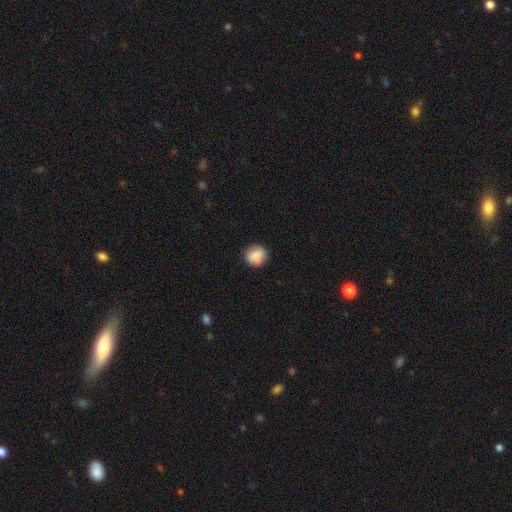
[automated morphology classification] Q: Smooth or featured?
A: smooth (83%); runner-up: featured or disk (9%)
Q: How rounded?
A: round (87%); runner-up: in between (12%)
Q: Merging?
A: none (83%); runner-up: minor disturbance (13%)